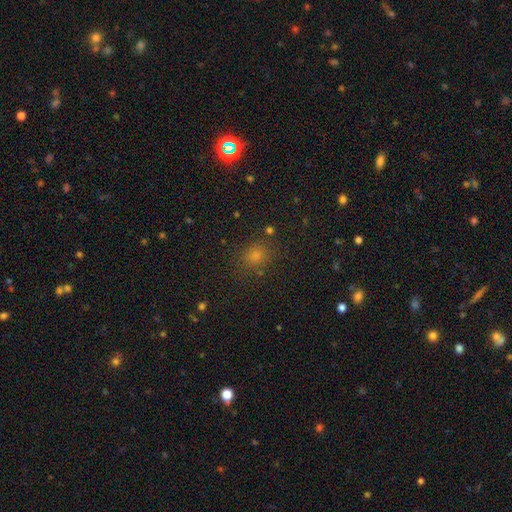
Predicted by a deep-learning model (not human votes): smooth_or_featured: smooth (p=0.70) [alt: star or artifact p=0.23]
how_rounded: round (p=0.67) [alt: in between p=0.32]
merging: none (p=0.81) [alt: minor disturbance p=0.12]